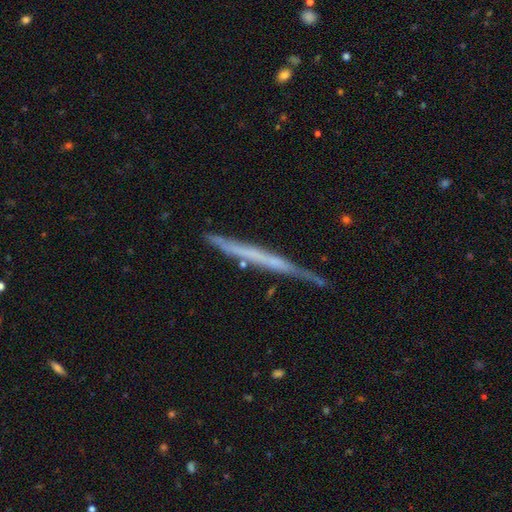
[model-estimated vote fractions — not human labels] A featured or disk galaxy (61%) viewed edge-on (96%) with no central bulge (88%).

Vote fractions:
- Smooth or featured? featured or disk: 61% / smooth: 33% / star or artifact: 7%
- Edge-on disk? yes: 96% / no: 4%
- Edge-on bulge? none: 88% / rounded: 7% / boxy: 5%
- Merging? none: 78% / minor disturbance: 17% / major disturbance: 3% / merger: 2%